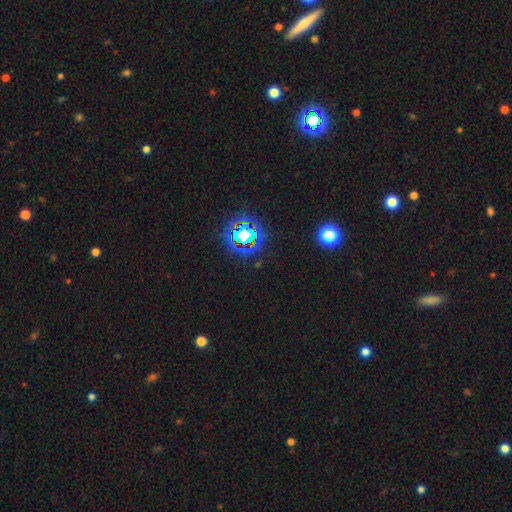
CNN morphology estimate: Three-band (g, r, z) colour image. It shows a star or artifact, not a galaxy (73%).